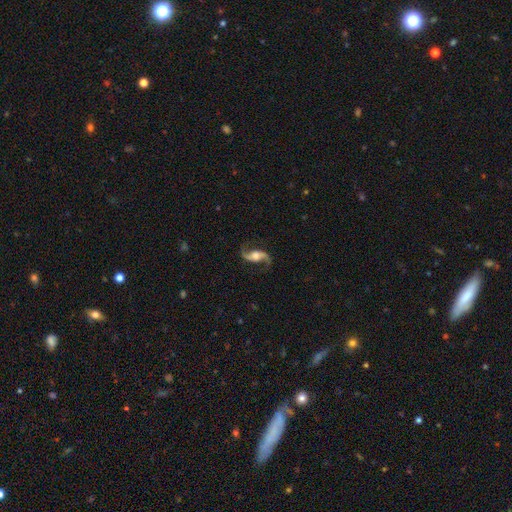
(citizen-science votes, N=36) featured or disk 86%, smooth 14%, star or artifact 0%. Down the decision tree: edge-on disk — no (90%); bar — weak (43%); spiral arms — yes (96%); spiral arm count — 2 (96%); spiral winding — loose (74%); bulge size — moderate (54%); merging — none (83%).